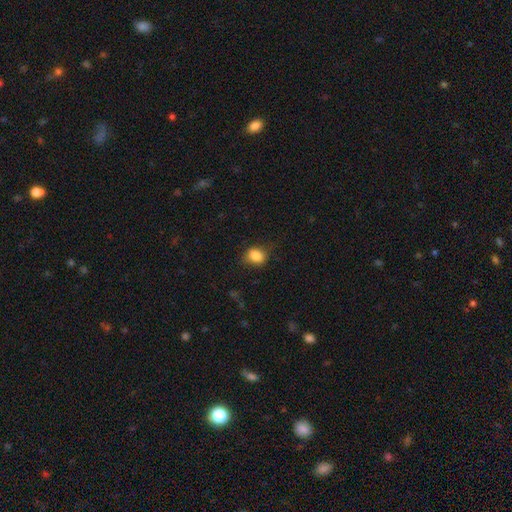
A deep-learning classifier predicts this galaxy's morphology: This appears to be a smooth galaxy with no disk features (84%) that is in between round and cigar-shaped (55%). Merging: none (74%).